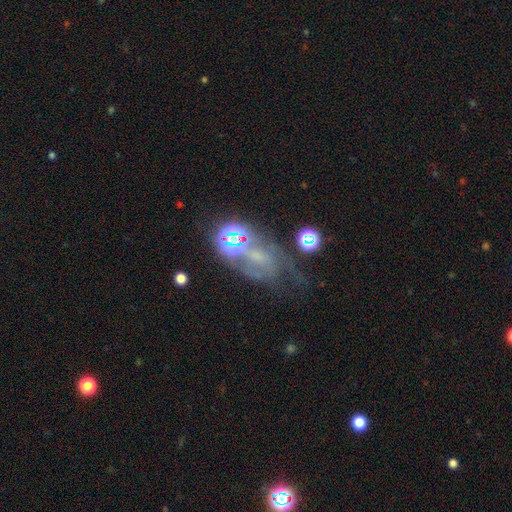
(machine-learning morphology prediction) Overall: featured or disk (44%; star or artifact 35%). Merging: none (40%; major disturbance 25%).